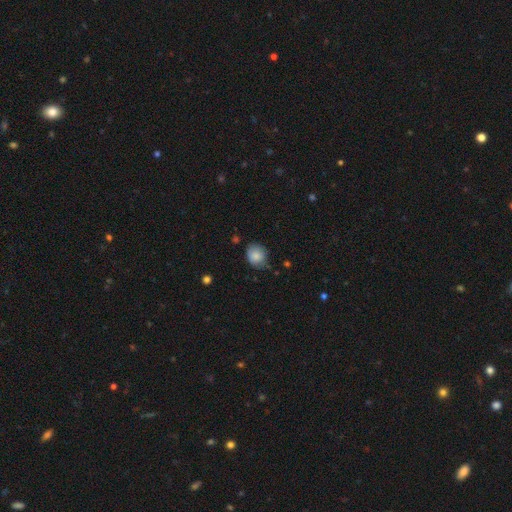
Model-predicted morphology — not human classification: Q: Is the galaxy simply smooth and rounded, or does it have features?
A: smooth — 84%.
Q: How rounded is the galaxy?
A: round — 64%.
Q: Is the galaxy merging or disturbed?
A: none — 68%.